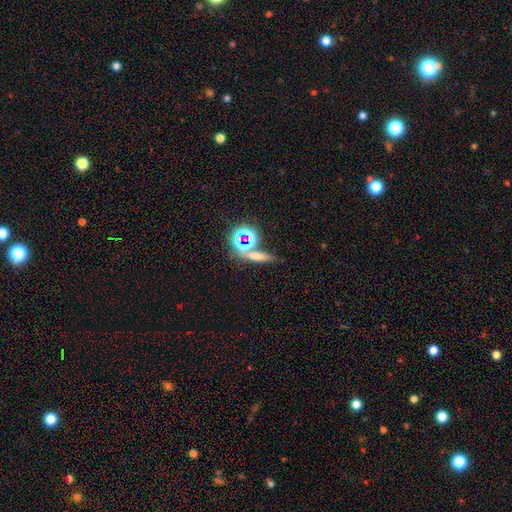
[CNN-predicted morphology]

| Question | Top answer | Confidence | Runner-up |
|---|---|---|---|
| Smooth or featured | smooth | 54% | star or artifact (32%) |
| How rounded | cigar-shaped | 56% | in between (24%) |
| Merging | none | 63% | merger (21%) |